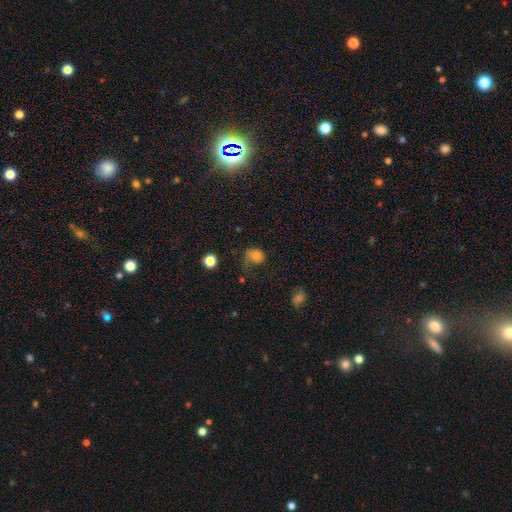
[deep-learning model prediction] Smooth or featured? Predicted: smooth (p=0.72). How rounded? Predicted: round (p=0.60). Merging? Predicted: none (p=0.39).